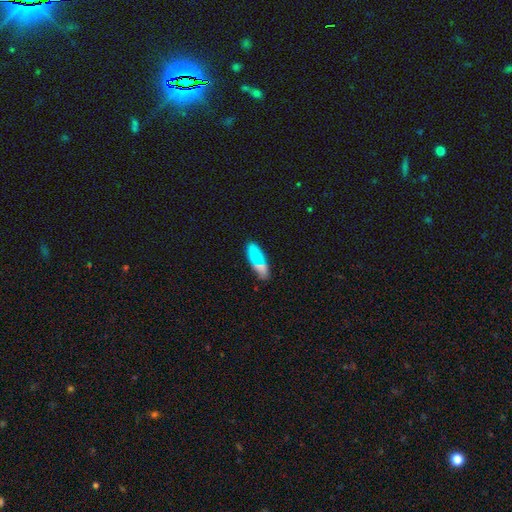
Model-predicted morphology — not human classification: This appears to be a smooth galaxy with no disk features (76%) that is in between round and cigar-shaped (77%). Merging: none (79%).